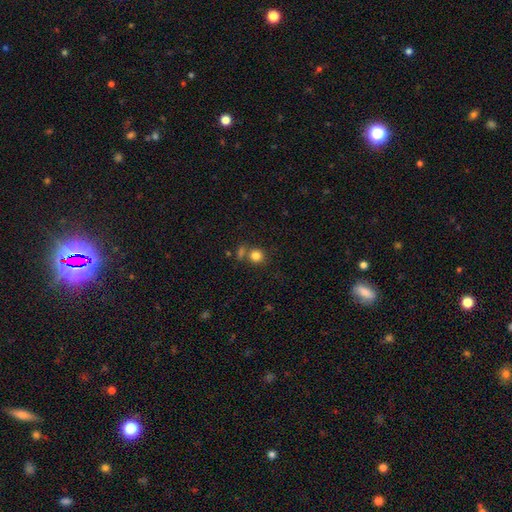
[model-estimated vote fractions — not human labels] smooth_or_featured: smooth (p=0.82) [alt: star or artifact p=0.12]
how_rounded: round (p=0.86) [alt: in between p=0.13]
merging: none (p=0.66) [alt: merger p=0.20]